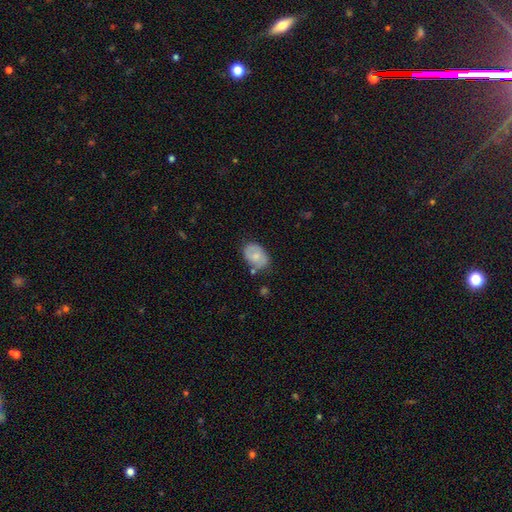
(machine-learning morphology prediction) Smooth or featured: smooth — 66% (featured or disk — 27%)
How rounded: in between — 82% (round — 17%)
Merging: none — 66% (minor disturbance — 24%)